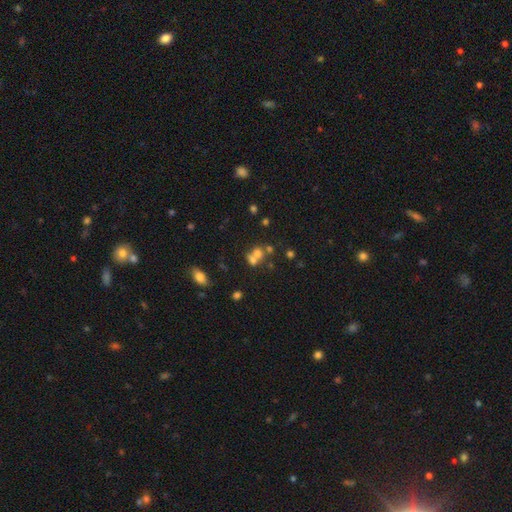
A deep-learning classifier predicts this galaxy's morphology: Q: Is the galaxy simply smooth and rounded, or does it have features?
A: smooth — 61%.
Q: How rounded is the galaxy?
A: round — 68%.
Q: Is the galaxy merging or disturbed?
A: merger — 57%.